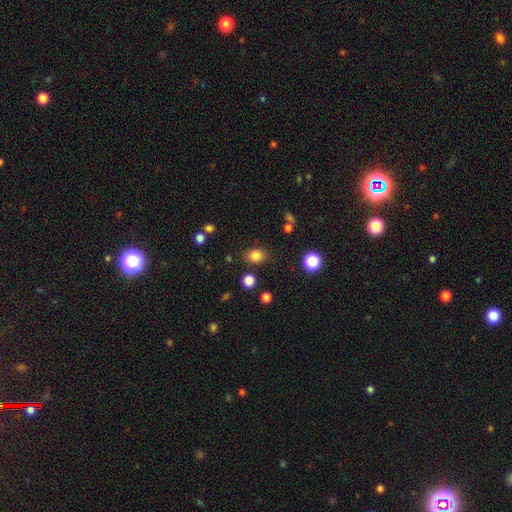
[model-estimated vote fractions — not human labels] This appears to be a smooth galaxy with no disk features (82%) that is in between round and cigar-shaped (55%). Merging: none (81%).